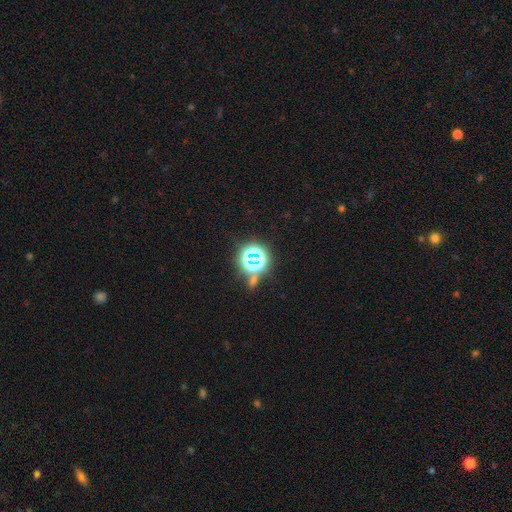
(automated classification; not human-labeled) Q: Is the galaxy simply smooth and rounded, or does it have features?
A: star or artifact — 78%.